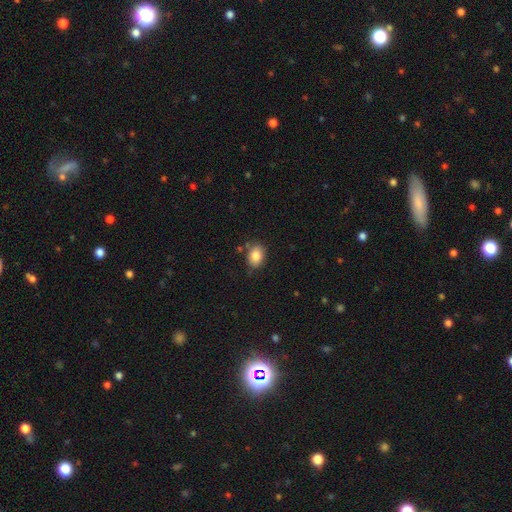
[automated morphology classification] Overall: smooth (84%). How rounded: in between (71%). Merging: none (77%).